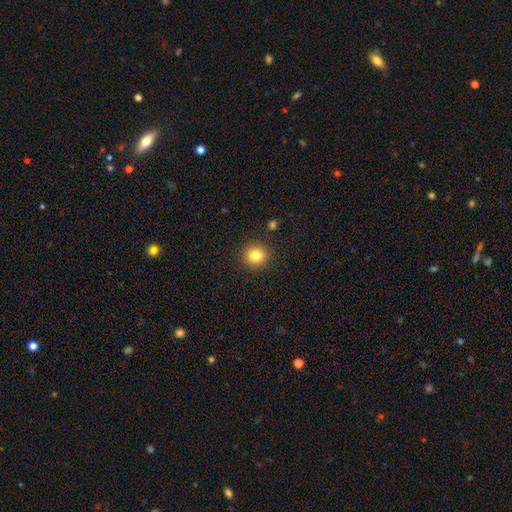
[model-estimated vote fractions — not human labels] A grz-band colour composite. It shows a smooth galaxy with no disk features (82%) that is round (90%). Merging: none (91%).